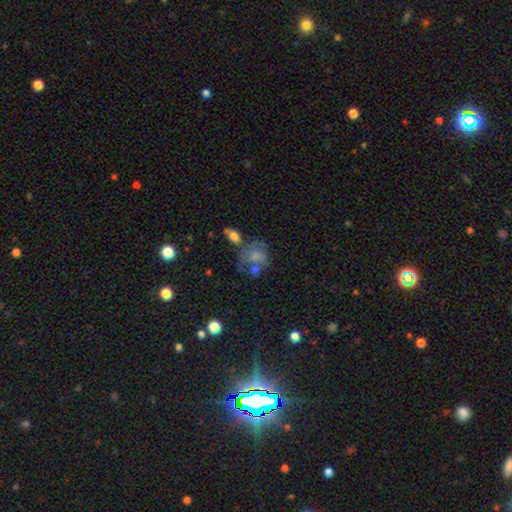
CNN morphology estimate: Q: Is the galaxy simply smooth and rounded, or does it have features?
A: smooth — 58%.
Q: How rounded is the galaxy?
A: round — 60%.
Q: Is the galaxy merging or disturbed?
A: none — 32%.